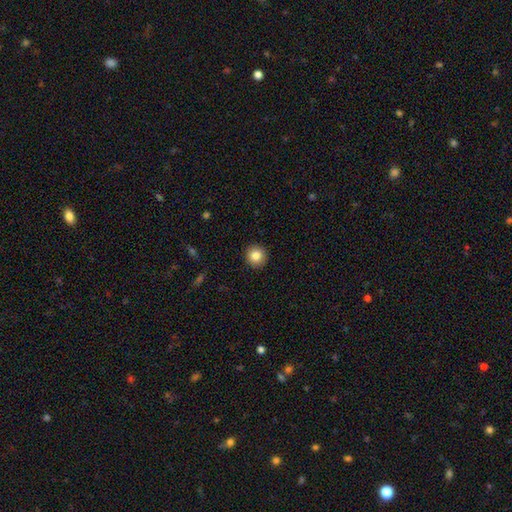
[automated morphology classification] A smooth galaxy with no disk features (84%) that is round (94%). Merging: none (93%).